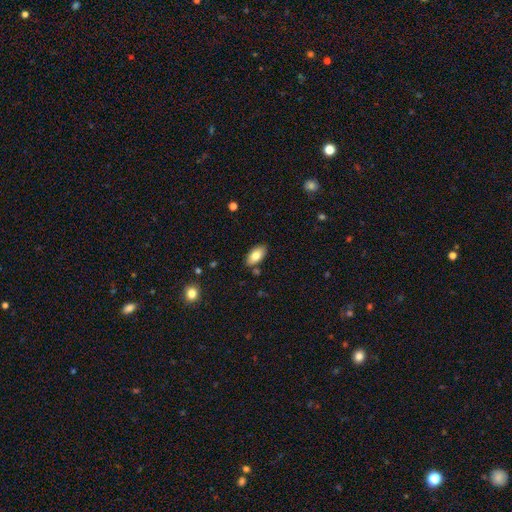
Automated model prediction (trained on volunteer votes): Q: Smooth or featured?
A: smooth (79%); runner-up: featured or disk (14%)
Q: How rounded?
A: in between (94%); runner-up: cigar-shaped (3%)
Q: Merging?
A: none (83%); runner-up: minor disturbance (11%)